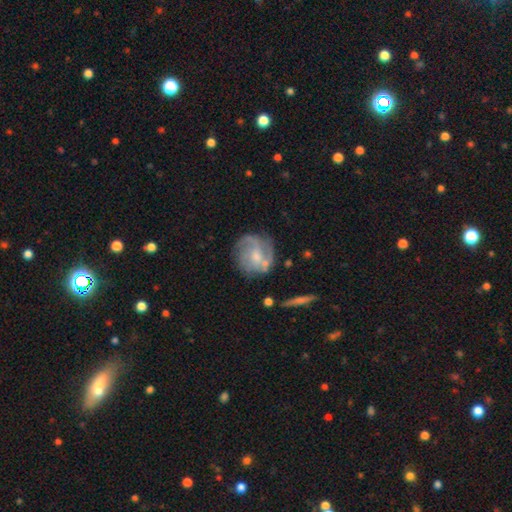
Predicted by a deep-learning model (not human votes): Morphology: type=featured or disk (69%); edge-on=no (97%); bar=no (55%); spiral arms=yes (85%); winding=medium (41%, tied with tight); arm count=2 (33%); bulge=moderate (46%); merging=none (65%).